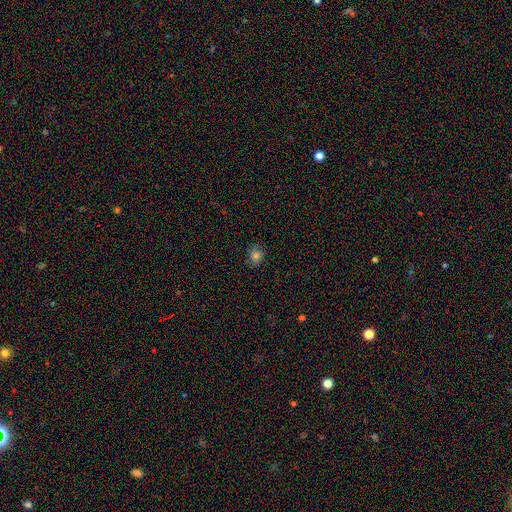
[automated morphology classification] Smooth or featured? Predicted: smooth (p=0.78). How rounded? Predicted: round (p=0.57). Merging? Predicted: none (p=0.80).